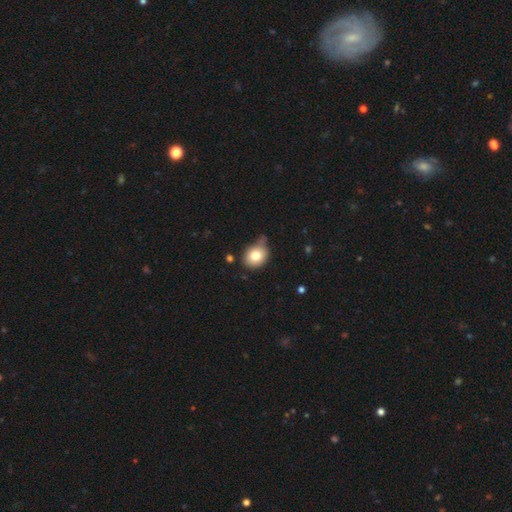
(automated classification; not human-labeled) A smooth galaxy with no disk features (78%) that is round (64%).

Vote fractions:
- Smooth or featured? smooth: 78% / featured or disk: 12% / star or artifact: 10%
- How rounded? round: 64% / in between: 35% / cigar-shaped: 1%
- Merging? none: 56% / minor disturbance: 29% / merger: 8% / major disturbance: 7%